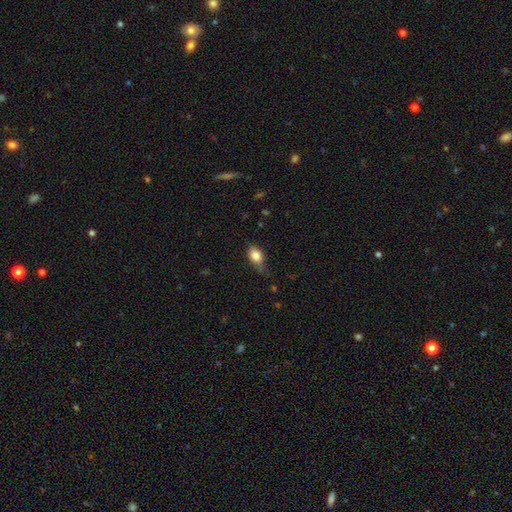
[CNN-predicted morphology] smooth-or-featured: smooth: 81% | featured or disk: 11% | star or artifact: 8%
  how-rounded: in between: 81% | round: 15% | cigar-shaped: 4%
  merging: none: 54% | minor disturbance: 35% | major disturbance: 9% | merger: 2%